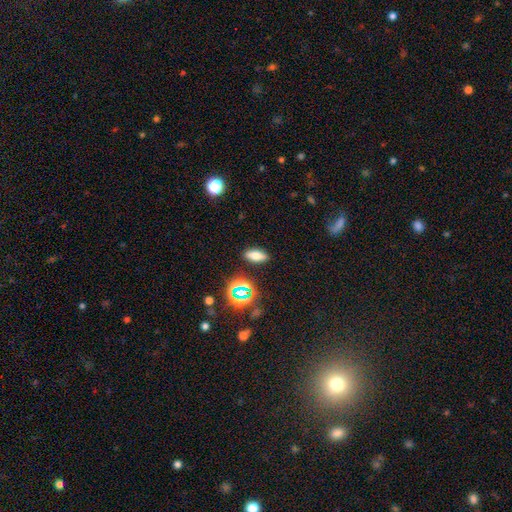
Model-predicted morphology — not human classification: type=smooth (69%); roundness=in between (75%); merging=none (87%).